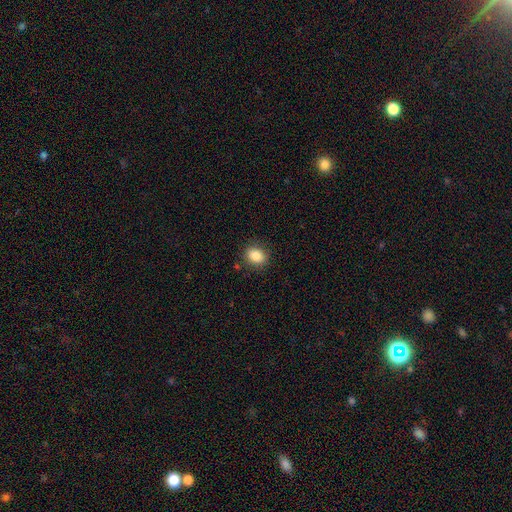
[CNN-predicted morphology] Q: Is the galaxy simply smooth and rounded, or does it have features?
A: smooth — 86%.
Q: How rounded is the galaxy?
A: in between — 53%.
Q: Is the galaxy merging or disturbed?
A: none — 86%.